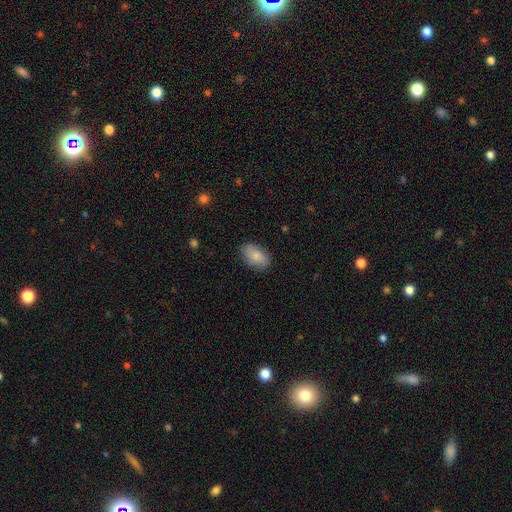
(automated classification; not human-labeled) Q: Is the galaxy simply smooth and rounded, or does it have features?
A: smooth — 81%.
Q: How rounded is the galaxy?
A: in between — 92%.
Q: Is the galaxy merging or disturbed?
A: none — 82%.